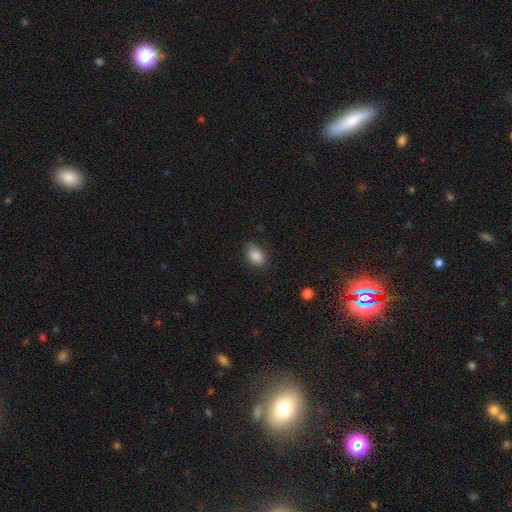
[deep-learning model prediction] A smooth galaxy with no disk features (86%) that is in between round and cigar-shaped (79%).

Vote fractions:
- Smooth or featured? smooth: 86% / star or artifact: 8% / featured or disk: 5%
- How rounded? in between: 79% / round: 19% / cigar-shaped: 1%
- Merging? none: 76% / minor disturbance: 19% / major disturbance: 4% / merger: 1%